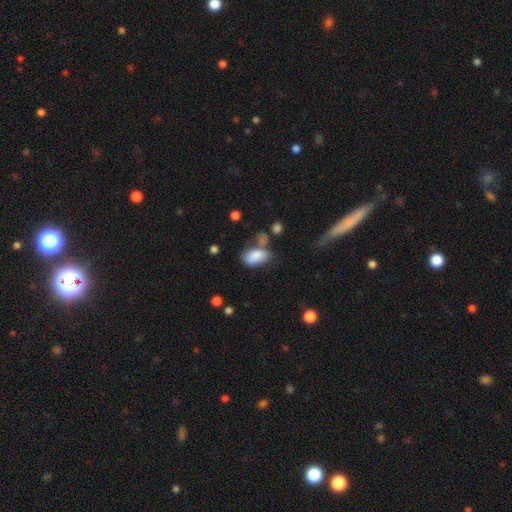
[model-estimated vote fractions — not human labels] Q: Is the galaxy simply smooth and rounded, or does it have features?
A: smooth — 83%.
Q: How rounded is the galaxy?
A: in between — 92%.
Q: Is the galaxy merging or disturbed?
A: none — 44%.